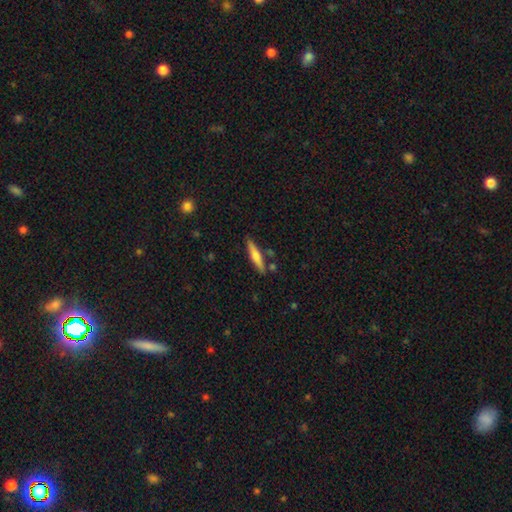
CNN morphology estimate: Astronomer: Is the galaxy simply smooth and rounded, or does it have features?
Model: smooth — 54% (runner-up: featured or disk, 40%).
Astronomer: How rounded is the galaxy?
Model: cigar-shaped — 86%.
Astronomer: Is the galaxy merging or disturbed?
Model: none — 82%.